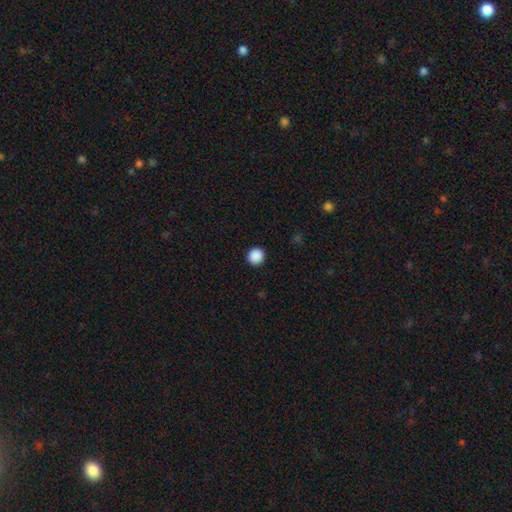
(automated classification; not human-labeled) Smooth or featured: smooth — 89% (star or artifact — 9%)
How rounded: round — 95% (in between — 4%)
Merging: none — 93% (minor disturbance — 4%)